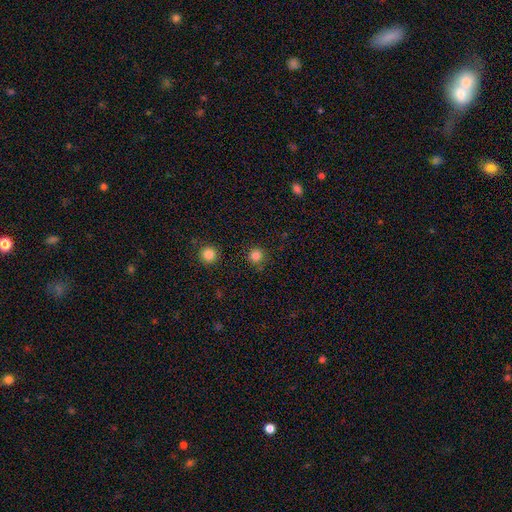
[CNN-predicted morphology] smooth_or_featured: smooth (p=0.83) [alt: star or artifact p=0.13]
how_rounded: round (p=0.95) [alt: in between p=0.05]
merging: none (p=0.88) [alt: minor disturbance p=0.07]